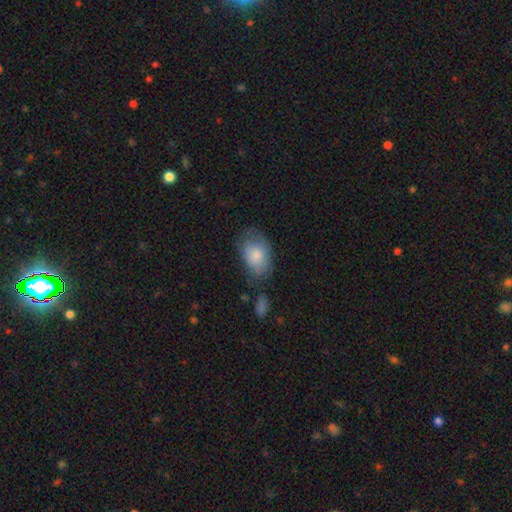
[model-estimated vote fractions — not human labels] Q: Smooth or featured?
A: smooth (82%); runner-up: featured or disk (12%)
Q: How rounded?
A: in between (86%); runner-up: round (13%)
Q: Merging?
A: none (52%); runner-up: minor disturbance (28%)